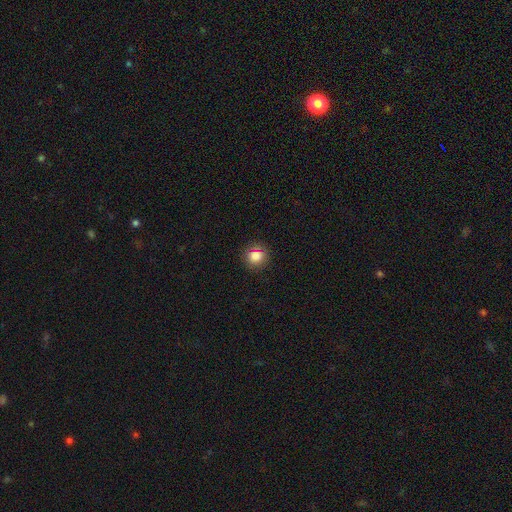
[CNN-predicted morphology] Smooth or featured?
  - smooth: 82% *
  - star or artifact: 13%
  - featured or disk: 5%
How rounded?
  - round: 88% *
  - in between: 11%
  - cigar-shaped: 1%
Merging?
  - none: 87% *
  - minor disturbance: 9%
  - major disturbance: 3%
  - merger: 1%